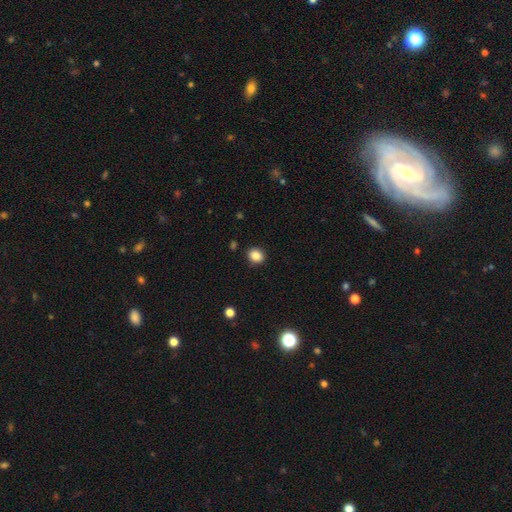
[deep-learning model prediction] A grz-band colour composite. It shows a smooth galaxy with no disk features (87%) that is round (60%). Merging: none (87%).